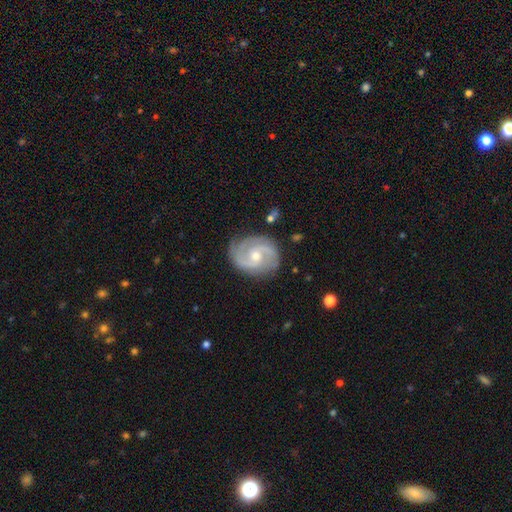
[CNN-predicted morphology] This appears to be a featured or disk galaxy (90%) with no bar (51%), 2 (62%) medium (46%) spiral arms (98%) and a moderate central bulge (57%). Merging: none (79%).